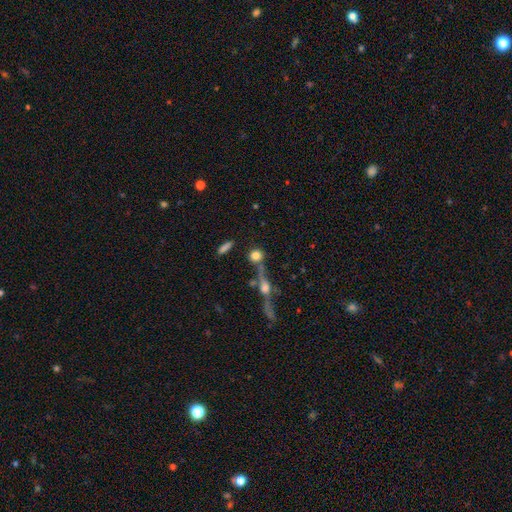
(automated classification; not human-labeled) Morphology: type=smooth (71%); roundness=round (79%); merging=none (59%).